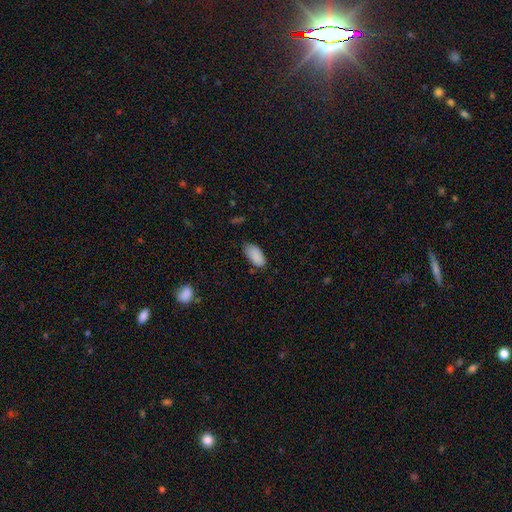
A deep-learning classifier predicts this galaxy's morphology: Smooth or featured? Predicted: smooth (p=0.88). How rounded? Predicted: in between (p=0.93). Merging? Predicted: none (p=0.73).